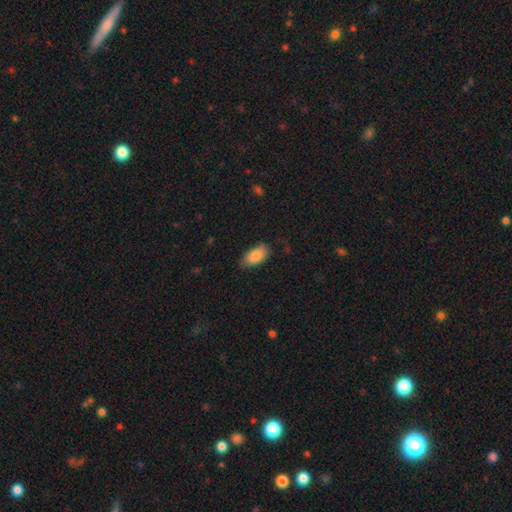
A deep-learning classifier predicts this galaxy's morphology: Smooth or featured?
  - smooth: 86% *
  - featured or disk: 7%
  - star or artifact: 7%
How rounded?
  - in between: 93% *
  - cigar-shaped: 4%
  - round: 3%
Merging?
  - none: 74% *
  - minor disturbance: 21%
  - major disturbance: 4%
  - merger: 1%